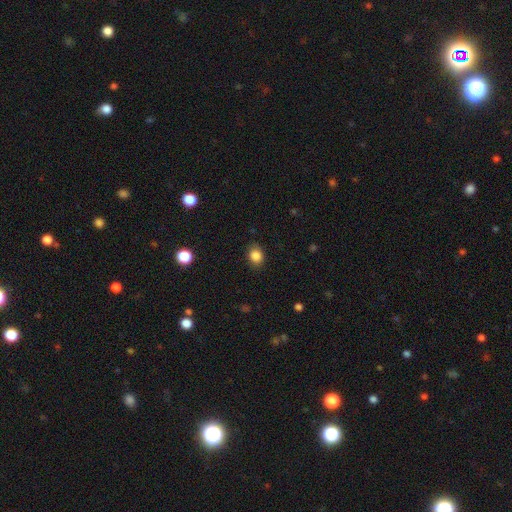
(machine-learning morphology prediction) The model was most divided on "how rounded": round: 50%, in between: 49%, cigar-shaped: 1%. More confident: smooth or featured — smooth (85%); merging — none (84%).